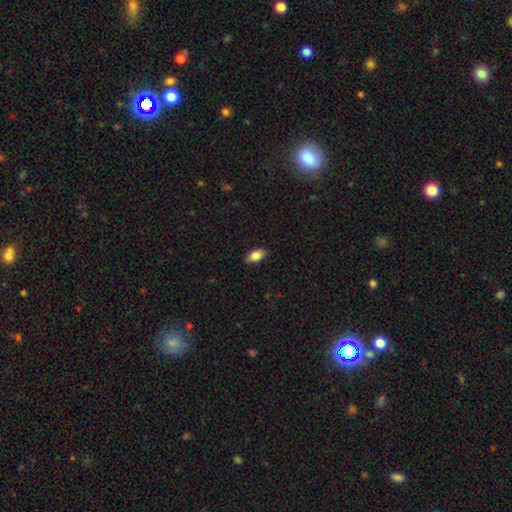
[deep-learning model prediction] Smooth or featured: smooth — 84% (featured or disk — 8%)
How rounded: in between — 92% (round — 4%)
Merging: none — 88% (minor disturbance — 9%)